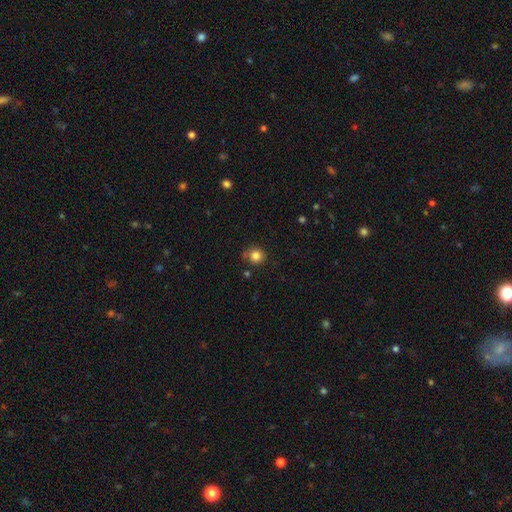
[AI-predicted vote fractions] This is clearly a smooth galaxy (83%). How rounded: clearly round (89%). Merging: likely none (78%).